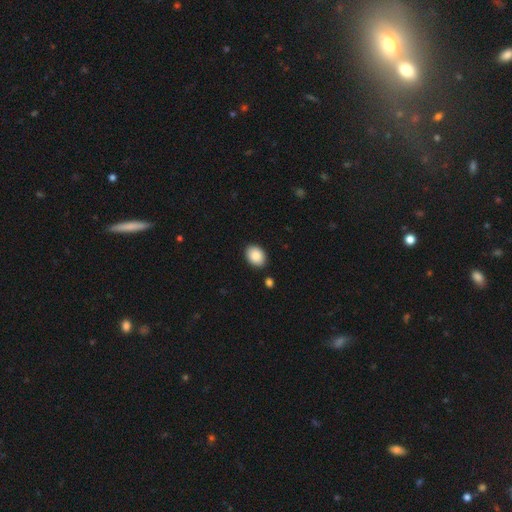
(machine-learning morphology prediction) smooth 89%, star or artifact 7%, featured or disk 5%. Down the decision tree: how rounded — in between (73%); merging — none (88%).